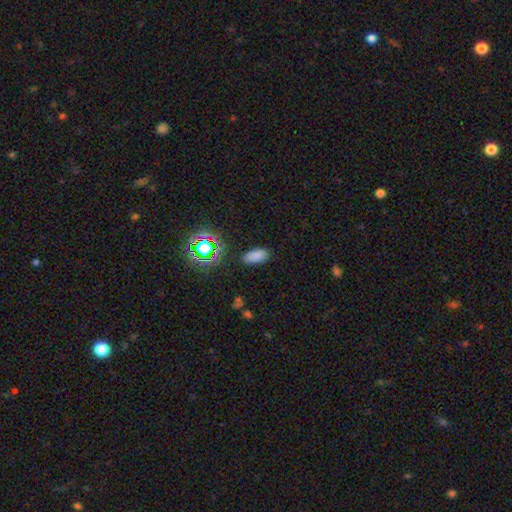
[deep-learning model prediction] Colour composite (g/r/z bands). It shows a smooth galaxy with no disk features (77%) that is in between round and cigar-shaped (91%). Merging: none (85%).